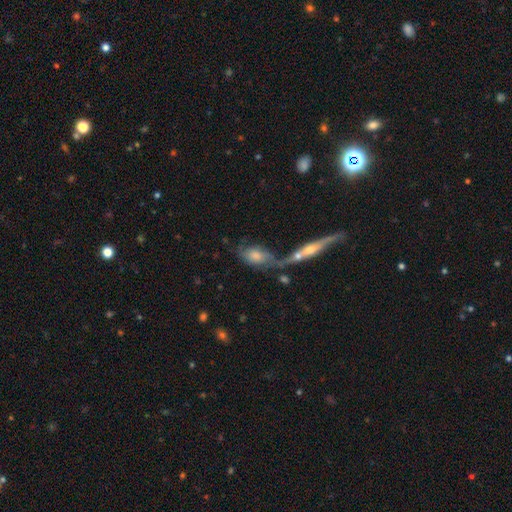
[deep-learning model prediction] Morphology: type=smooth (61%); roundness=in between (84%); merging=merger (40%).